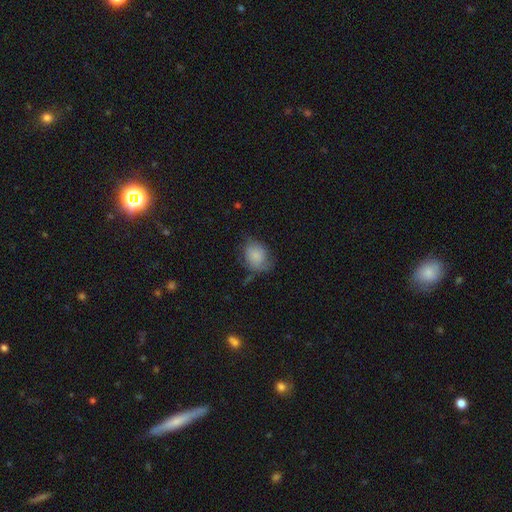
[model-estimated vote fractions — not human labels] This is likely a smooth galaxy (76%). How rounded: possibly in between (54%). Merging: possibly none (47%).